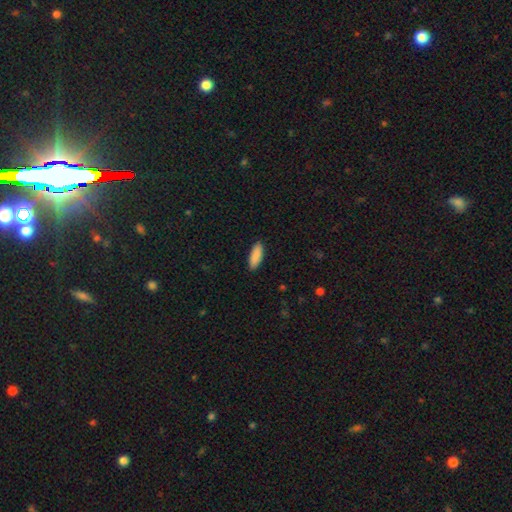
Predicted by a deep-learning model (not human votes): This is clearly a smooth galaxy (90%). How rounded: likely in between (66%). Merging: clearly none (90%).